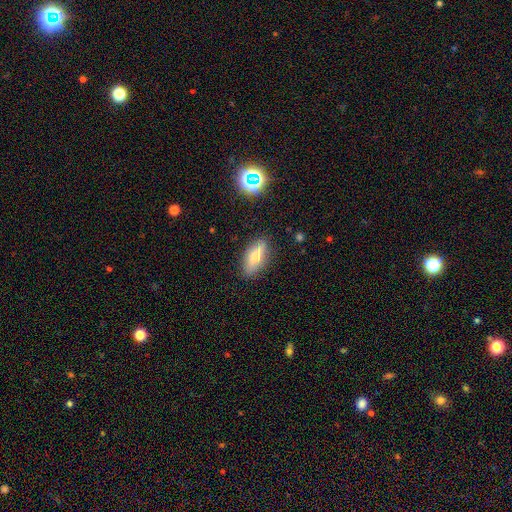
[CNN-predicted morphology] Smooth or featured? smooth (58%)
How rounded? in between (61%)
Merging? none (82%)